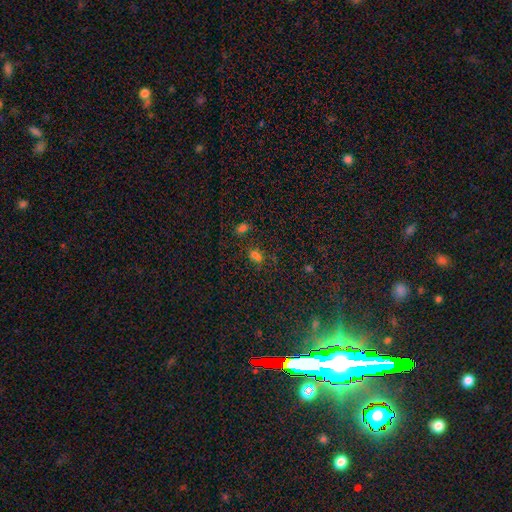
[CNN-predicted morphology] Smooth or featured? smooth (53%)
How rounded? in between (57%)
Merging? none (54%)